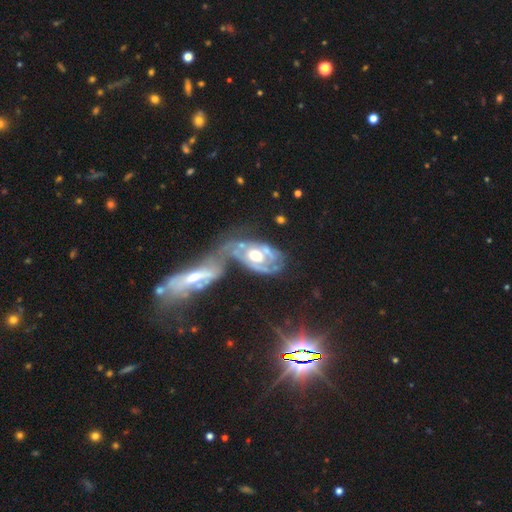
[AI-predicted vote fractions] smooth-or-featured: featured or disk: 81% | smooth: 14% | star or artifact: 6%
  disk-edge-on: no: 95% | yes: 5%
    bar: no: 70% | weak: 21% | strong: 9%
    has-spiral-arms: yes: 75% | no: 25%
      spiral-winding: tight: 50% | medium: 33% | loose: 17%
      spiral-arm-count: 2: 42% | can't tell: 33% | 1: 12% | 3: 7% | 4: 3% | more than 4: 3%
    bulge-size: moderate: 62% | large: 30% | small: 5% | dominant: 2% | none: 1%
  merging: merger: 61% | major disturbance: 17% | none: 13% | minor disturbance: 10%